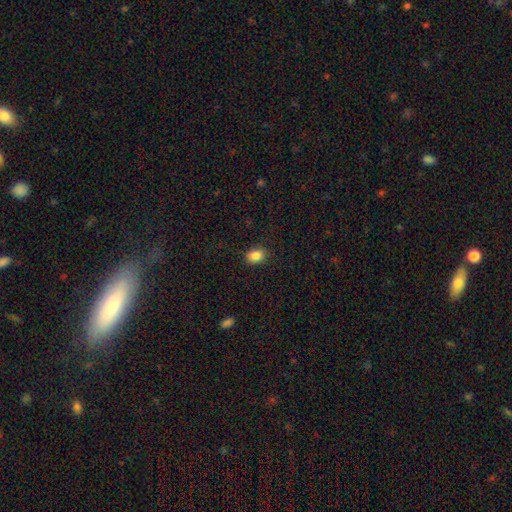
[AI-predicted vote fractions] A smooth galaxy with no disk features (87%) that is in between round and cigar-shaped (67%). Merging: none (86%).